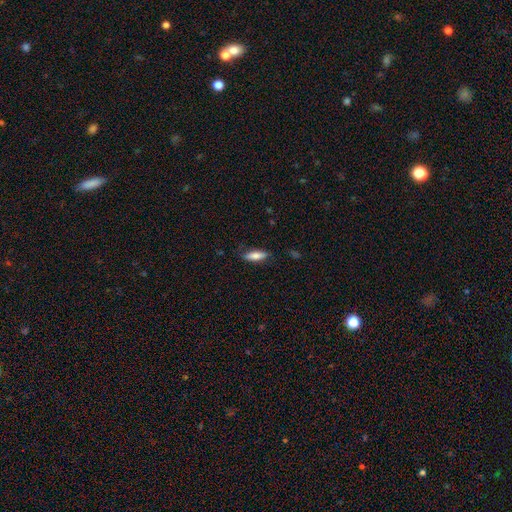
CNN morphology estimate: Smooth or featured? smooth (78%)
How rounded? in between (51%)
Merging? none (79%)